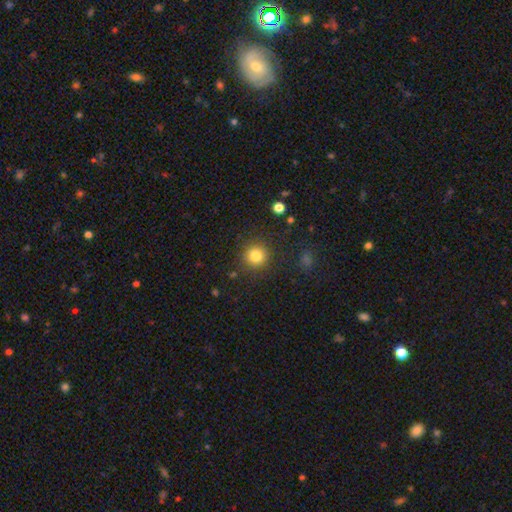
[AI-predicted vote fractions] smooth-or-featured: smooth: 82% | star or artifact: 12% | featured or disk: 6%
  how-rounded: round: 94% | in between: 5% | cigar-shaped: 1%
  merging: none: 88% | minor disturbance: 7% | major disturbance: 3% | merger: 2%